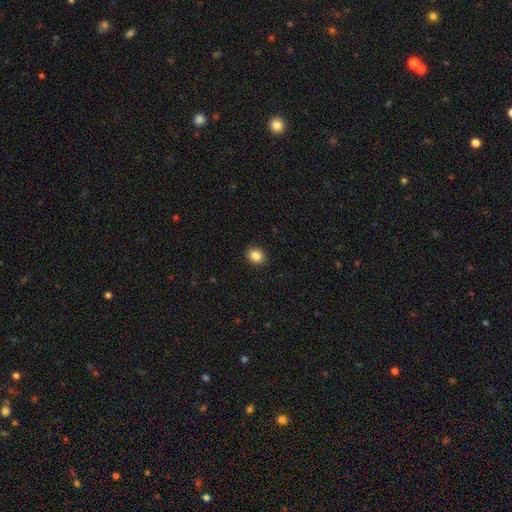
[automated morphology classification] smooth-or-featured: smooth: 86% | star or artifact: 10% | featured or disk: 4%
  how-rounded: round: 67% | in between: 32% | cigar-shaped: 1%
  merging: none: 92% | minor disturbance: 5% | major disturbance: 2% | merger: 1%